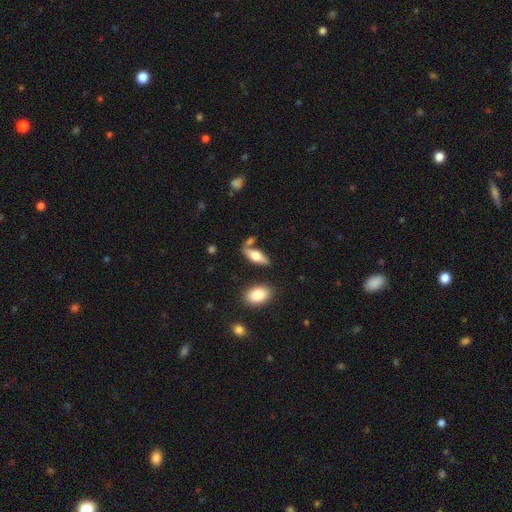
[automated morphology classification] A smooth galaxy with no disk features (61%) that is in between round and cigar-shaped (70%).

Vote fractions:
- Smooth or featured? smooth: 61% / featured or disk: 32% / star or artifact: 7%
- How rounded? in between: 70% / cigar-shaped: 26% / round: 3%
- Merging? none: 63% / minor disturbance: 16% / merger: 15% / major disturbance: 6%